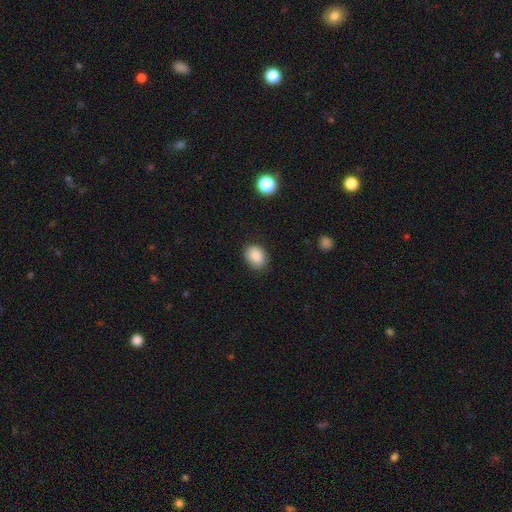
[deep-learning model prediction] This is clearly a smooth galaxy (87%). How rounded: likely in between (65%). Merging: clearly none (82%).